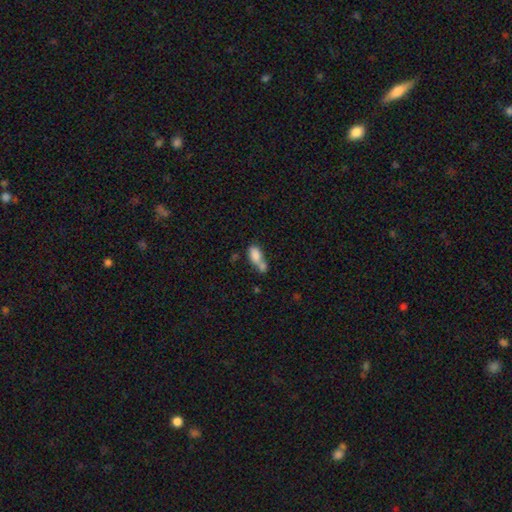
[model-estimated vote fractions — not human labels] Smooth or featured? smooth (79%)
How rounded? in between (84%)
Merging? merger (60%)